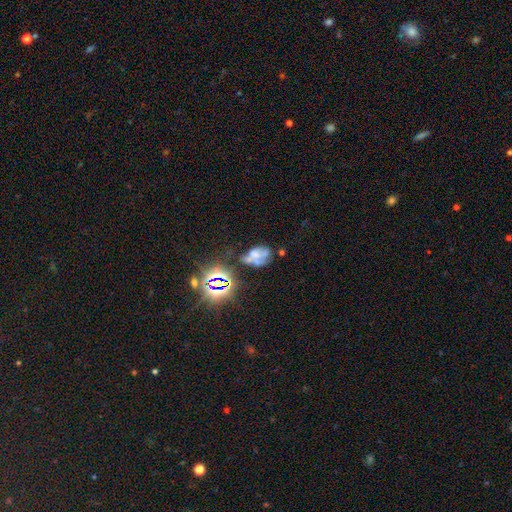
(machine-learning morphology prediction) type=featured or disk (43%); merging=none (29%).